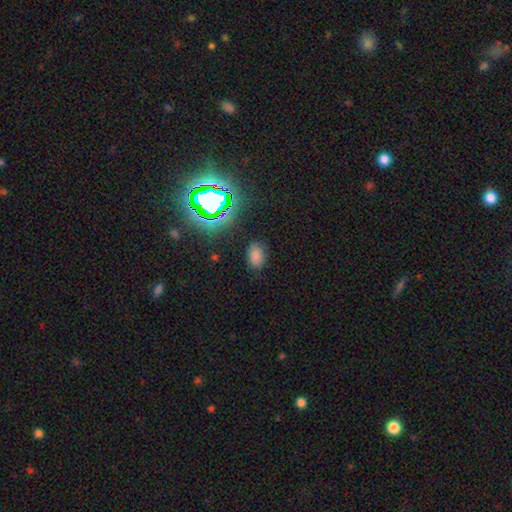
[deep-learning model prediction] Q: Smooth or featured?
A: smooth (74%); runner-up: star or artifact (20%)
Q: How rounded?
A: in between (87%); runner-up: round (11%)
Q: Merging?
A: none (81%); runner-up: minor disturbance (13%)